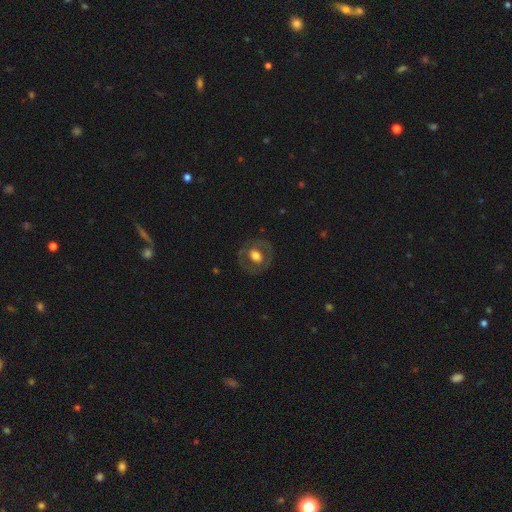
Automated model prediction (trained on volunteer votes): Overall: smooth (47%; featured or disk 46%). Merging: none (80%).